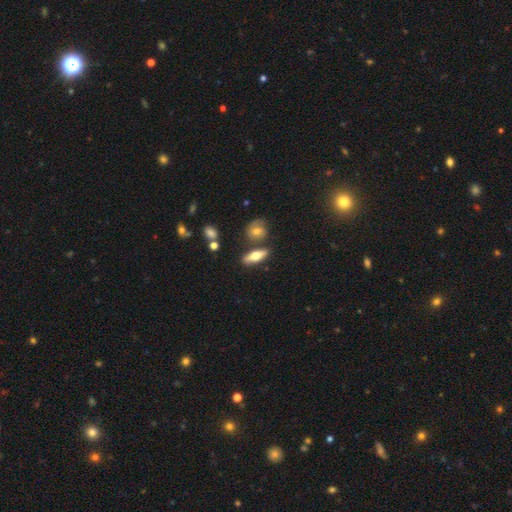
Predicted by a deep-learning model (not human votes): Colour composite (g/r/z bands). It shows a smooth galaxy with no disk features (55%) that is in between round and cigar-shaped (56%). Merging: none (75%).